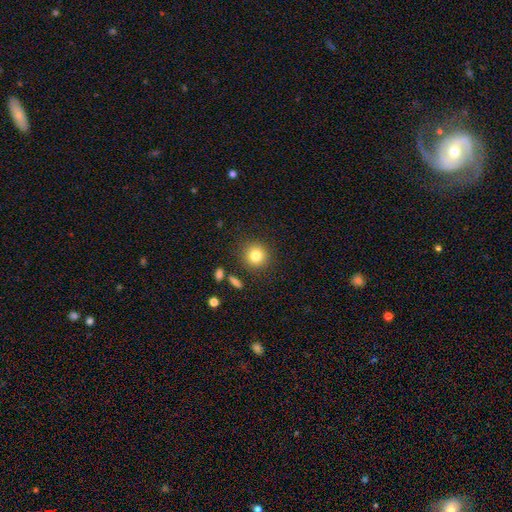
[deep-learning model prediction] smooth 81%, star or artifact 11%, featured or disk 8%. Down the decision tree: how rounded — round (92%); merging — none (87%).